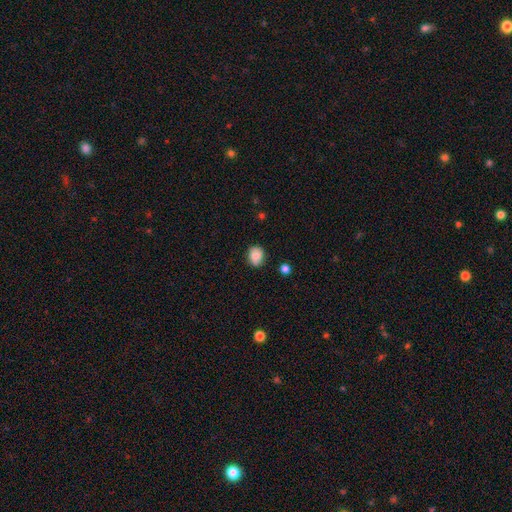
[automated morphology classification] A smooth galaxy with no disk features (83%) that is round (53%). Merging: none (78%).